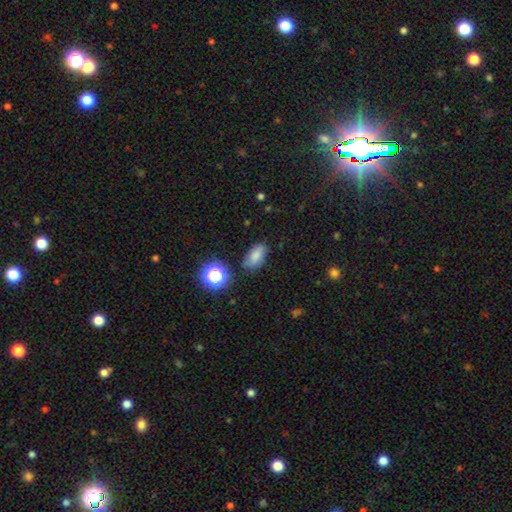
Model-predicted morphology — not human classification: smooth-or-featured: smooth: 72% | featured or disk: 14% | star or artifact: 14%
  how-rounded: in between: 84% | round: 11% | cigar-shaped: 5%
  merging: none: 70% | minor disturbance: 21% | major disturbance: 6% | merger: 3%